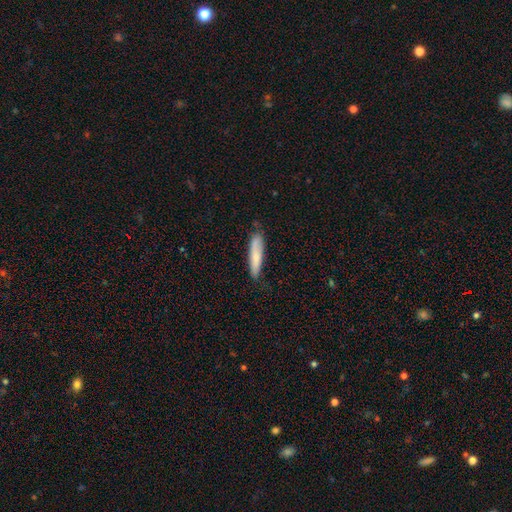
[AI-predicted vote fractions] Smooth or featured: smooth — 74% (featured or disk — 20%)
How rounded: cigar-shaped — 82% (in between — 16%)
Merging: none — 78% (minor disturbance — 18%)